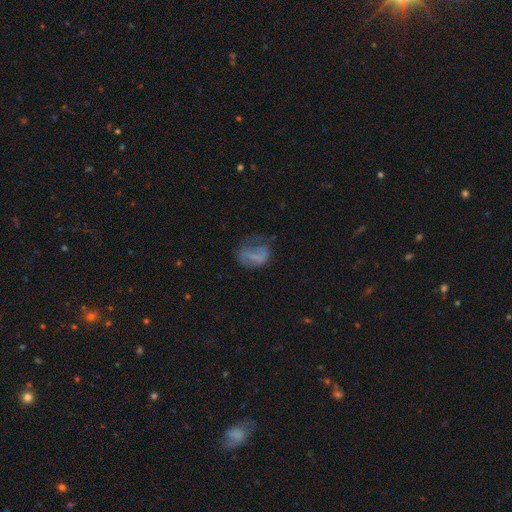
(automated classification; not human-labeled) smooth-or-featured: smooth: 54% | featured or disk: 32% | star or artifact: 14%
  how-rounded: in between: 61% | round: 36% | cigar-shaped: 3%
  merging: major disturbance: 38% | none: 33% | minor disturbance: 25% | merger: 3%